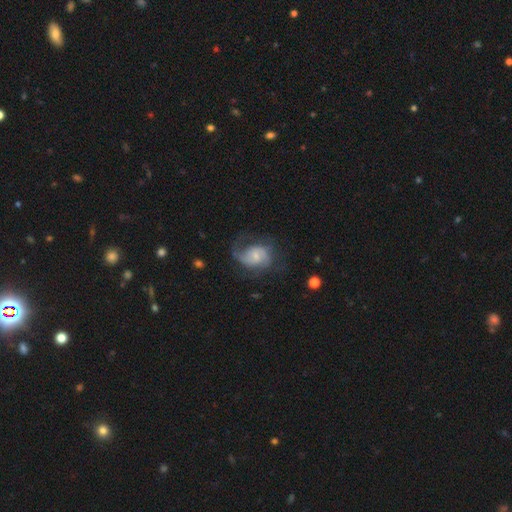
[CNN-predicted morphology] A featured or disk galaxy (69%) with no bar (53%), 2 (52%) medium (45%) spiral arms (89%) and a small central bulge (56%).

Vote fractions:
- Smooth or featured? featured or disk: 69% / smooth: 24% / star or artifact: 7%
- Edge-on disk? no: 98% / yes: 2%
- Bar? no: 53% / weak: 40% / strong: 7%
- Spiral arms? yes: 89% / no: 11%
- Spiral winding? medium: 45% / loose: 32% / tight: 22%
- Spiral arm count? 2: 52% / 1: 19% / can't tell: 18% / 3: 7% / 4: 2% / more than 4: 2%
- Bulge size? small: 56% / moderate: 30% / none: 9% / large: 4% / dominant: 1%
- Merging? none: 48% / major disturbance: 27% / minor disturbance: 23% / merger: 2%